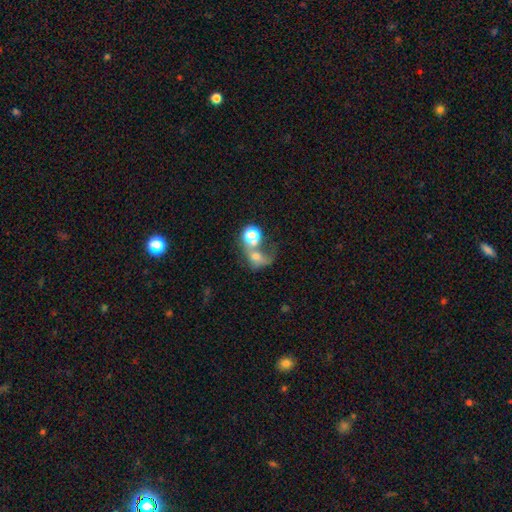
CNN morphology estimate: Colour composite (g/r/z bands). It shows a smooth galaxy with no disk features (51%) that is round (59%). Merging: merger (54%).